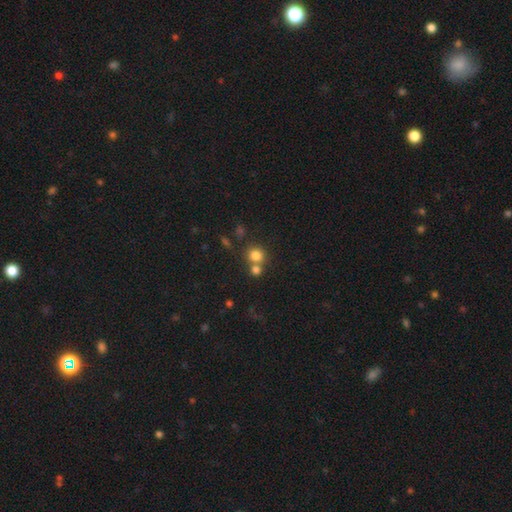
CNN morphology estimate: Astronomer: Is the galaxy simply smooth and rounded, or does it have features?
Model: smooth — 79%.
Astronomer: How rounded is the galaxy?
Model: round — 85%.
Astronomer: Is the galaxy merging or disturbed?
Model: none — 54% (runner-up: merger, 35%).